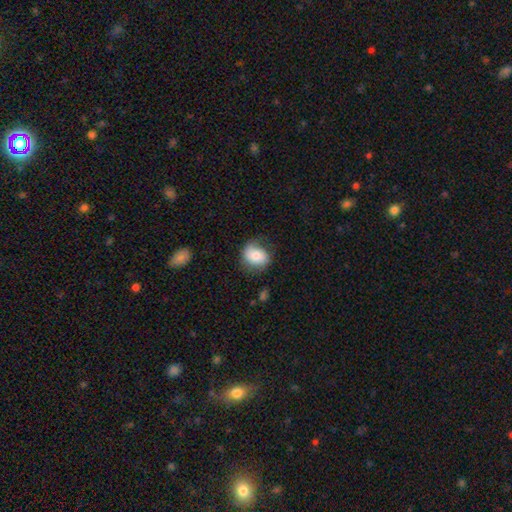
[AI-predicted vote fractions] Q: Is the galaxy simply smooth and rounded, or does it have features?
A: smooth — 73%.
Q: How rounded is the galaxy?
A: round — 56%.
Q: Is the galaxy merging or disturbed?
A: none — 64%.